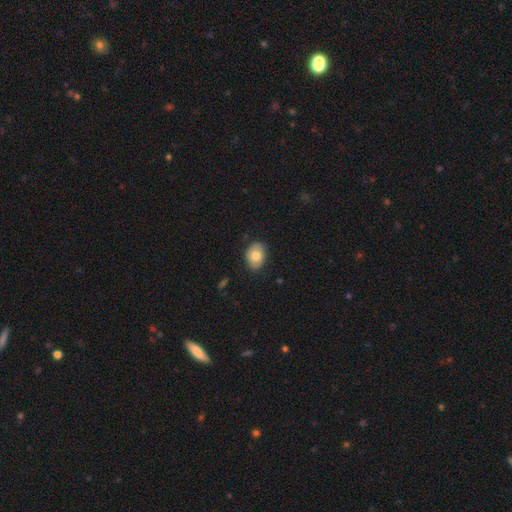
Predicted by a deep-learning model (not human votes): A smooth galaxy with no disk features (78%) that is in between round and cigar-shaped (72%). Merging: none (83%).